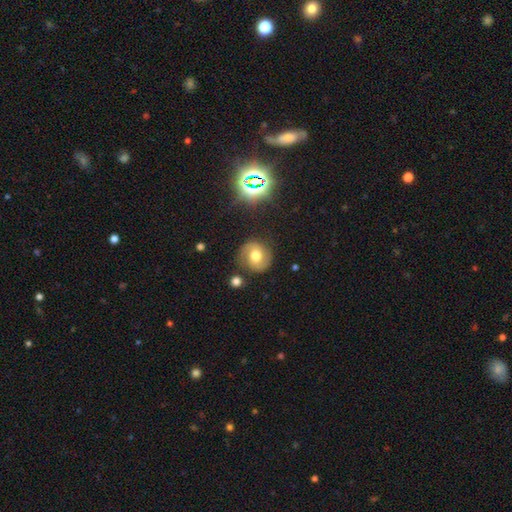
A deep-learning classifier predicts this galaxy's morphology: Q: Smooth or featured?
A: featured or disk (48%); runner-up: smooth (40%)
Q: Merging?
A: none (79%); runner-up: minor disturbance (13%)